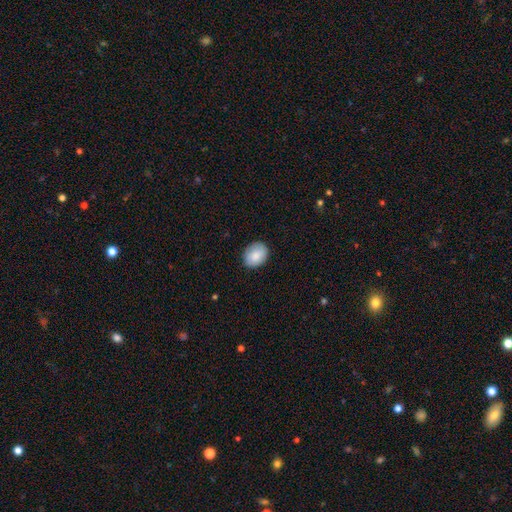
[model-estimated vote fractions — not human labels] smooth 84%, featured or disk 9%, star or artifact 7%. Down the decision tree: how rounded — in between (56%); merging — none (84%).